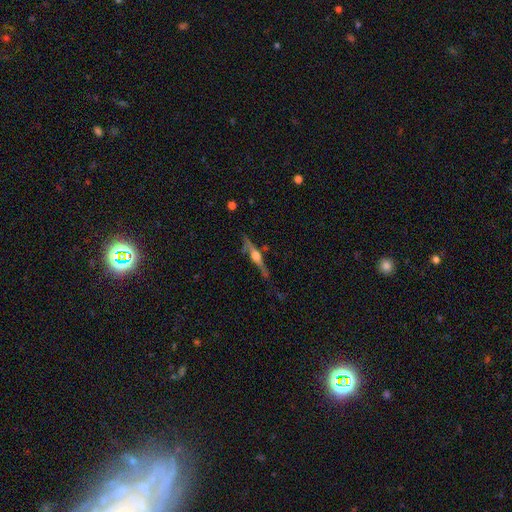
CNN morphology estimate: A featured or disk galaxy (77%) viewed edge-on (96%) with a rounded central bulge (86%). Merging: none (72%).